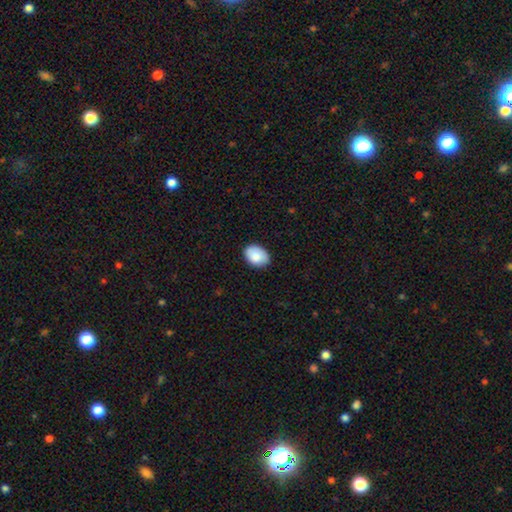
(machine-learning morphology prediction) smooth-or-featured: smooth: 87% | featured or disk: 7% | star or artifact: 6%
  how-rounded: in between: 81% | round: 19% | cigar-shaped: 1%
  merging: none: 84% | minor disturbance: 13% | major disturbance: 2% | merger: 1%